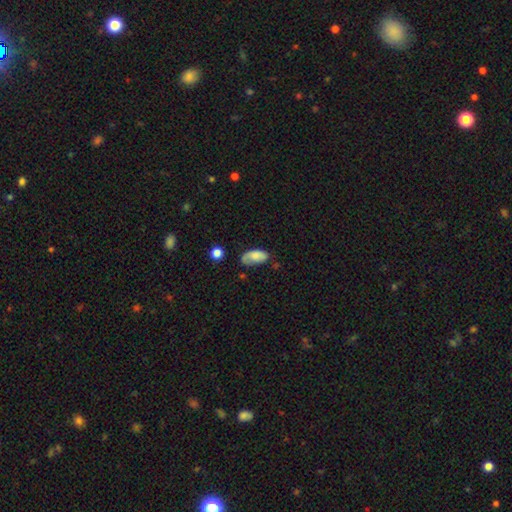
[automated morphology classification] Smooth or featured: smooth — 72% (featured or disk — 21%)
How rounded: in between — 92% (cigar-shaped — 4%)
Merging: none — 49% (minor disturbance — 32%)